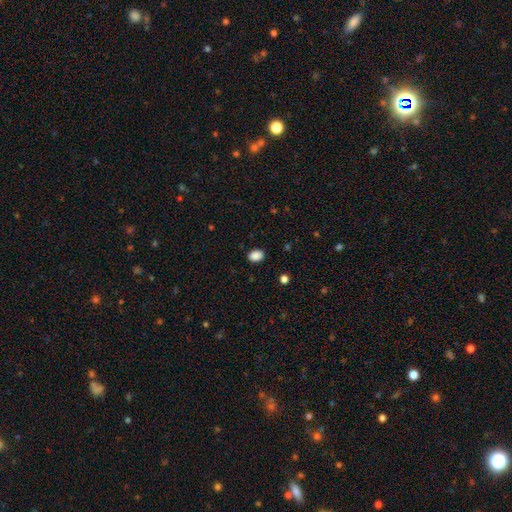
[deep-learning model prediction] Smooth or featured? Predicted: smooth (p=0.89). How rounded? Predicted: in between (p=0.77). Merging? Predicted: none (p=0.88).